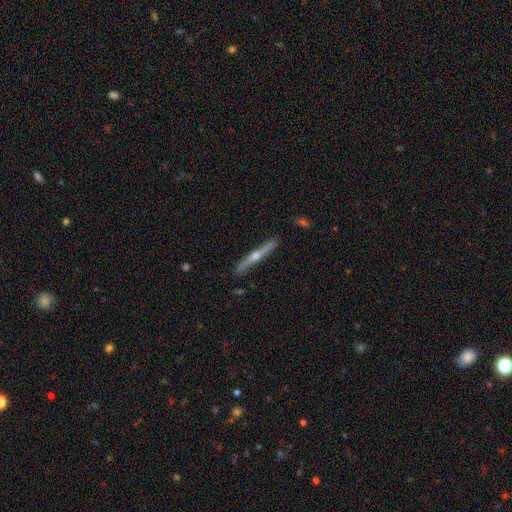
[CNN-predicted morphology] Smooth or featured: featured or disk — 71% (smooth — 24%)
Edge-on disk: yes — 97% (no — 3%)
Edge-on bulge: rounded — 88% (none — 9%)
Merging: none — 88% (minor disturbance — 9%)